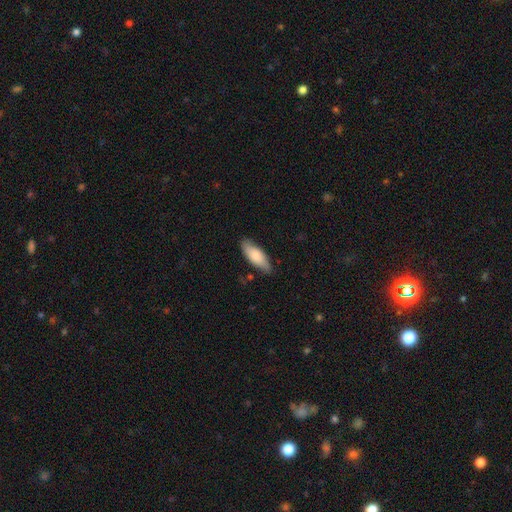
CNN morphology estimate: A smooth galaxy with no disk features (79%) that is in between round and cigar-shaped (72%). Merging: none (79%).